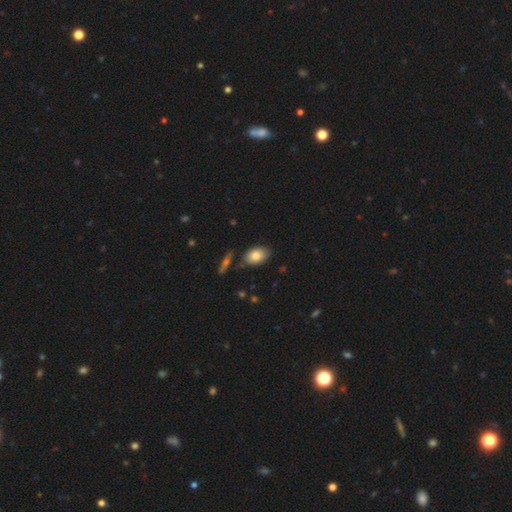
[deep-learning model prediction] This is clearly a smooth galaxy (80%). How rounded: clearly in between (86%). Merging: likely none (79%).